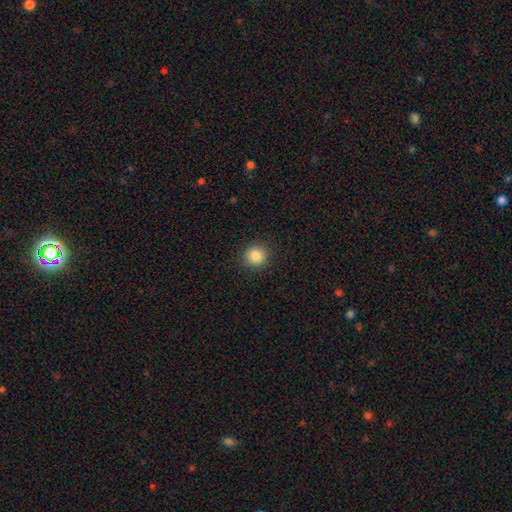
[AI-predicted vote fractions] The model was most divided on "smooth or featured": smooth: 86%, star or artifact: 10%, featured or disk: 4%. More confident: how rounded — round (91%); merging — none (91%).